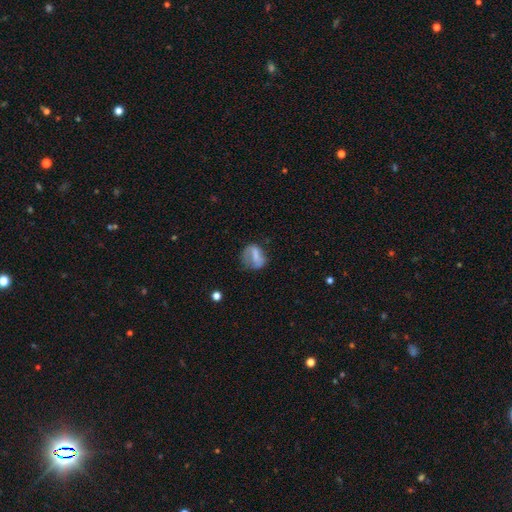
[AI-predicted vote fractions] This is possibly a smooth galaxy (52%). How rounded: possibly round (49%). Merging: possibly none (47%).